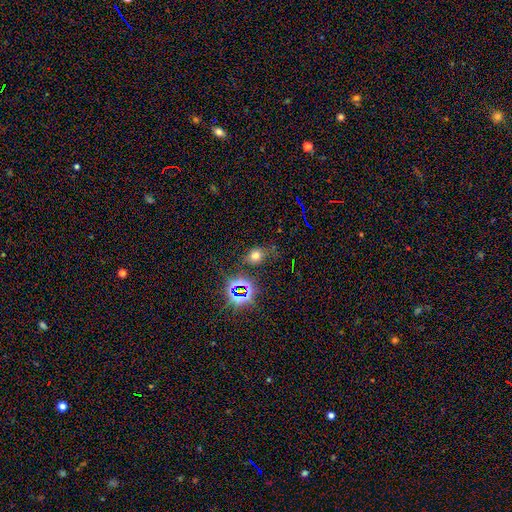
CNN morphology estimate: smooth-or-featured: smooth: 58% | star or artifact: 32% | featured or disk: 10%
  how-rounded: in between: 51% | round: 47% | cigar-shaped: 2%
  merging: none: 72% | minor disturbance: 17% | major disturbance: 7% | merger: 4%